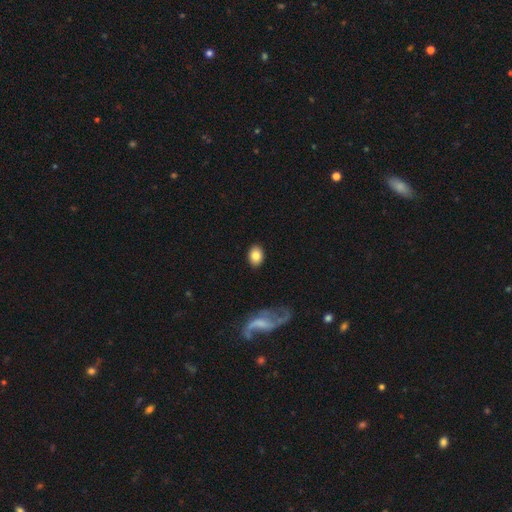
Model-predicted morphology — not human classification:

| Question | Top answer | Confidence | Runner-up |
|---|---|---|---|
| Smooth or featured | smooth | 82% | featured or disk (11%) |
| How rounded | in between | 71% | round (27%) |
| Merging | none | 87% | minor disturbance (9%) |